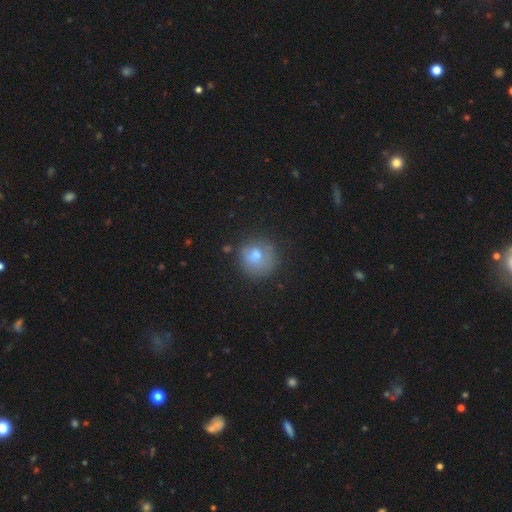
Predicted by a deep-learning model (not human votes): The model was most divided on "merging": none: 71%, minor disturbance: 19%, major disturbance: 7%, merger: 3%. More confident: how rounded — round (88%); smooth or featured — smooth (72%).